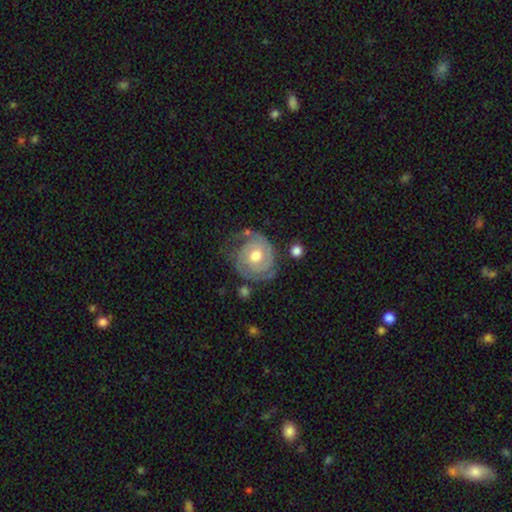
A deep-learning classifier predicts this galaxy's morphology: Smooth or featured? Predicted: featured or disk (p=0.80). Edge-on disk? Predicted: no (p=0.98). Bar? Predicted: no (p=0.67). Spiral arms? Predicted: yes (p=0.91). Spiral winding? Predicted: tight (p=0.70). Spiral arm count? Predicted: 2 (p=0.58). Bulge size? Predicted: moderate (p=0.79). Merging? Predicted: none (p=0.63).